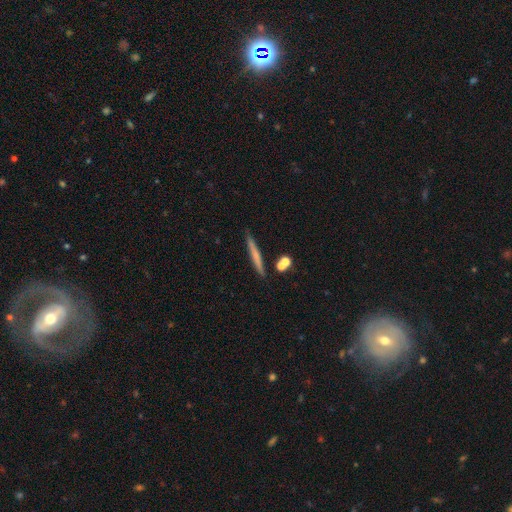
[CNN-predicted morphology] A smooth galaxy with no disk features (57%) that is cigar-shaped (94%). Merging: none (83%).